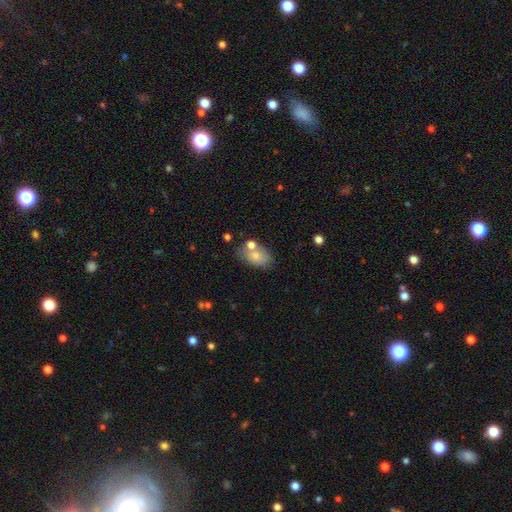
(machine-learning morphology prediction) Smooth or featured?
  - smooth: 76% *
  - featured or disk: 16%
  - star or artifact: 8%
How rounded?
  - in between: 87% *
  - round: 11%
  - cigar-shaped: 2%
Merging?
  - none: 56% *
  - merger: 20%
  - minor disturbance: 18%
  - major disturbance: 6%